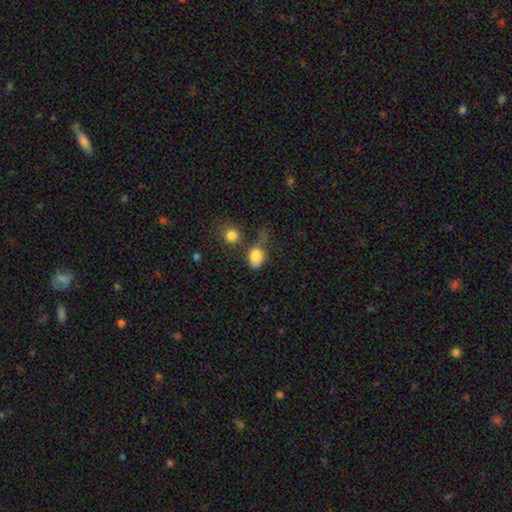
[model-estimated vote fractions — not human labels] A smooth galaxy with no disk features (80%) that is in between round and cigar-shaped (61%).

Vote fractions:
- Smooth or featured? smooth: 80% / star or artifact: 10% / featured or disk: 10%
- How rounded? in between: 61% / round: 37% / cigar-shaped: 2%
- Merging? none: 34% / minor disturbance: 23% / merger: 22% / major disturbance: 21%